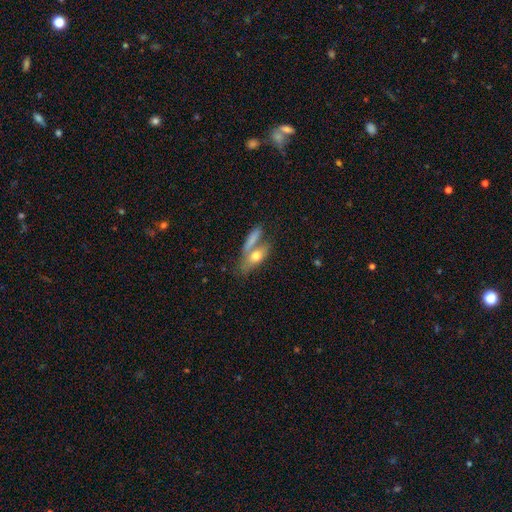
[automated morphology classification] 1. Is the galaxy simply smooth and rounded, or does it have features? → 46% featured or disk, 42% smooth, 12% star or artifact.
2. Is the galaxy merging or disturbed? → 41% merger, 36% none, 13% minor disturbance, 10% major disturbance.